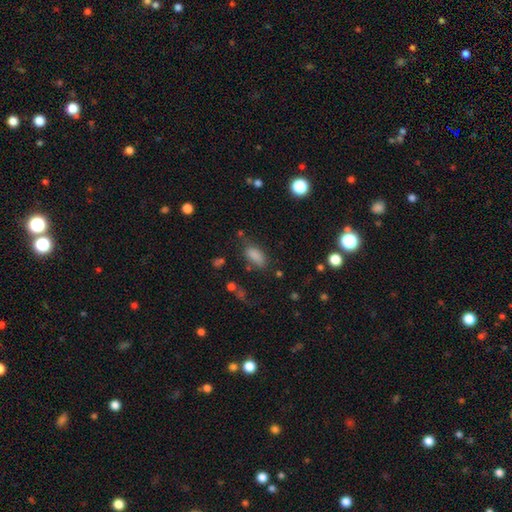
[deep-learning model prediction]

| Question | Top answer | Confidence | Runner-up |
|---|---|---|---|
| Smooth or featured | smooth | 80% | star or artifact (14%) |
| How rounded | in between | 84% | cigar-shaped (11%) |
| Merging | none | 68% | minor disturbance (20%) |